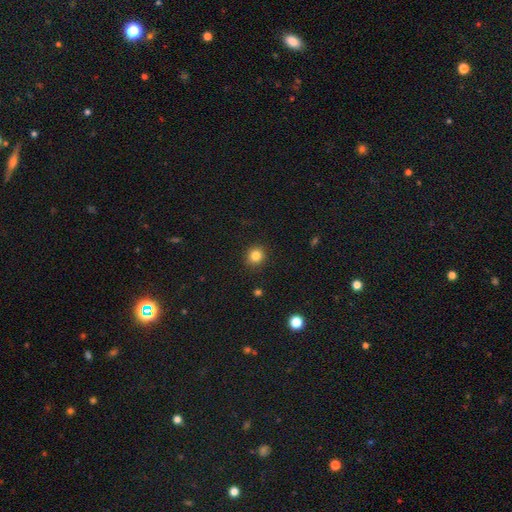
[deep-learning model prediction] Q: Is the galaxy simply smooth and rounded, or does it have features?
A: smooth — 83%.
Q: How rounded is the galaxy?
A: round — 88%.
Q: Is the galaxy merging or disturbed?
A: none — 90%.